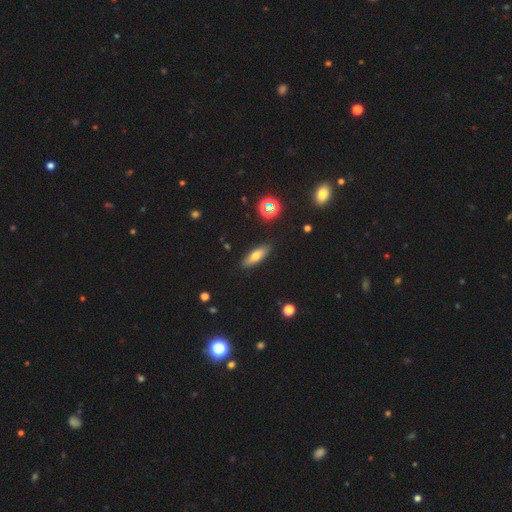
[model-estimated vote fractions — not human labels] Smooth or featured: smooth — 69% (featured or disk — 20%)
How rounded: in between — 56% (cigar-shaped — 41%)
Merging: none — 87% (minor disturbance — 9%)